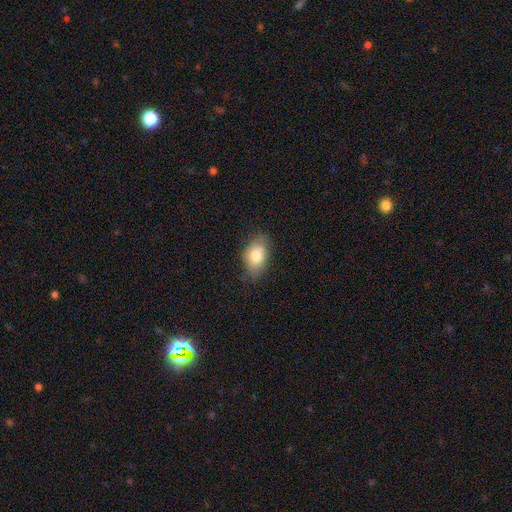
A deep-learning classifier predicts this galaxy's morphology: Overall: smooth (78%). How rounded: in between (86%). Merging: none (67%).